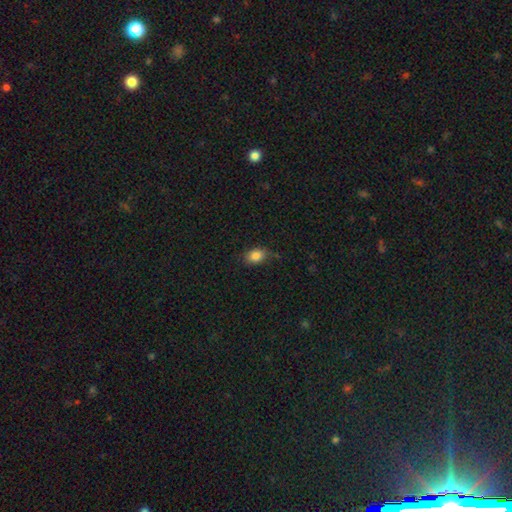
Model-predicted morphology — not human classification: This appears to be a smooth galaxy with no disk features (85%) that is in between round and cigar-shaped (77%). Merging: none (76%).